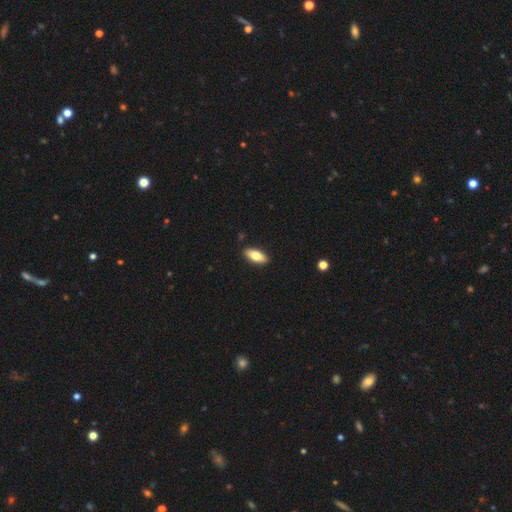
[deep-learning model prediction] Smooth or featured?
  - smooth: 74% *
  - featured or disk: 20%
  - star or artifact: 6%
How rounded?
  - in between: 80% *
  - cigar-shaped: 17%
  - round: 3%
Merging?
  - none: 90% *
  - minor disturbance: 7%
  - major disturbance: 2%
  - merger: 1%